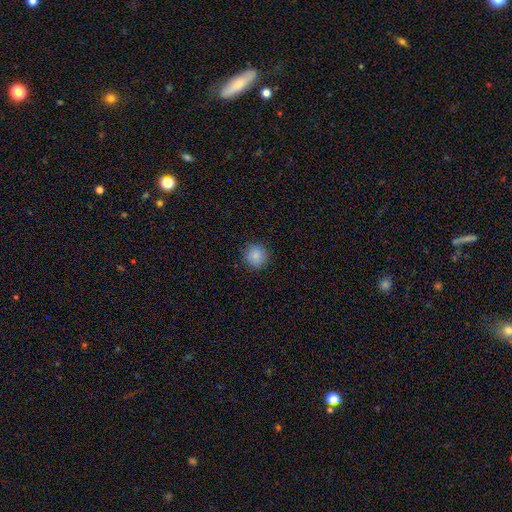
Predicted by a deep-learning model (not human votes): A smooth galaxy with no disk features (86%) that is round (92%). Merging: none (88%).